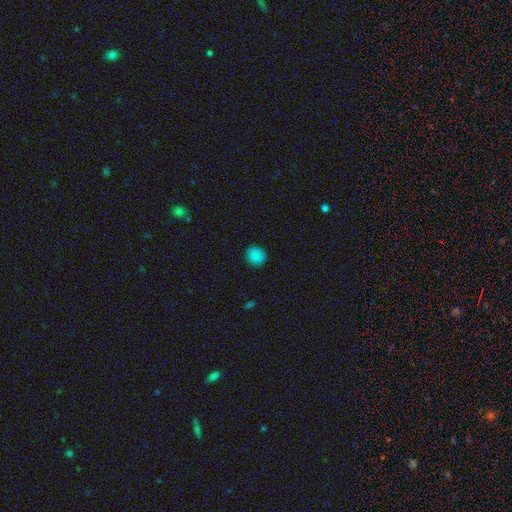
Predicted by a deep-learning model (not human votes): The model was most divided on "smooth or featured": smooth: 86%, star or artifact: 11%, featured or disk: 3%. More confident: merging — none (91%); how rounded — round (90%).